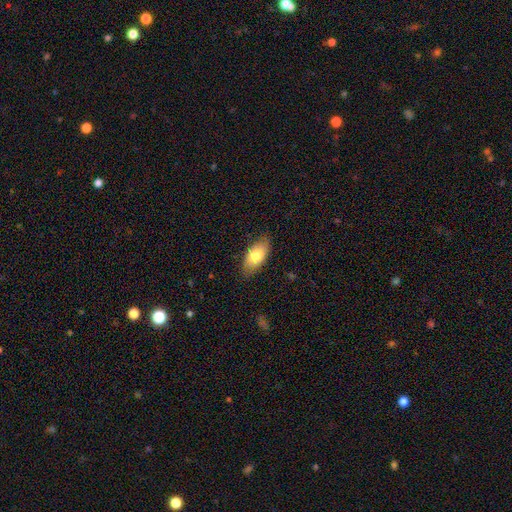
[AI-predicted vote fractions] Smooth or featured? Predicted: smooth (p=0.78). How rounded? Predicted: in between (p=0.91). Merging? Predicted: none (p=0.80).